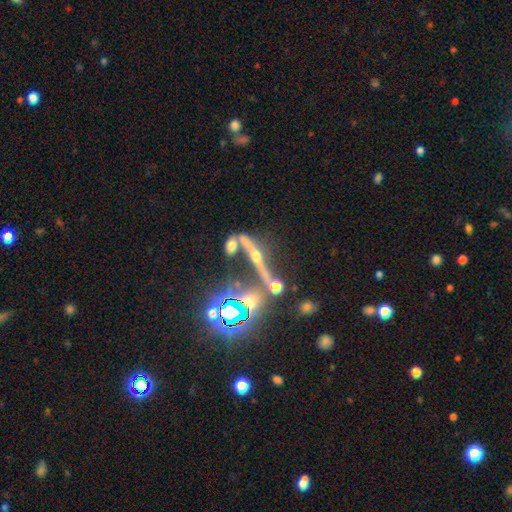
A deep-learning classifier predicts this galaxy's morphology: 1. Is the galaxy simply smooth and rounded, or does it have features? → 63% featured or disk, 24% star or artifact, 13% smooth.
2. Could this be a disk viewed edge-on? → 89% yes, 11% no.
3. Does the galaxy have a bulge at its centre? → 94% rounded, 3% none, 3% boxy.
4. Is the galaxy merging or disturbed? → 68% none, 15% merger, 11% minor disturbance, 6% major disturbance.